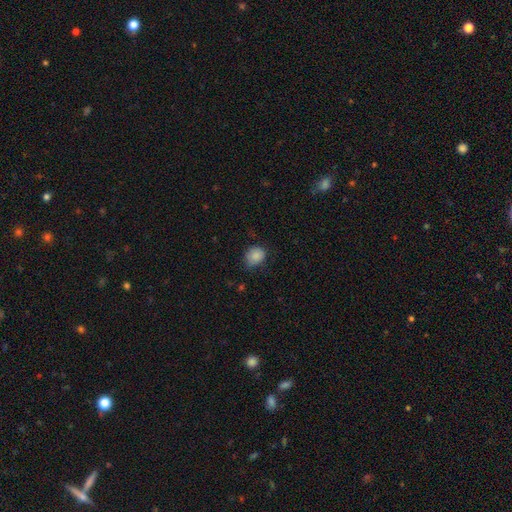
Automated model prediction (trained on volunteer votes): smooth_or_featured: smooth (p=0.86) [alt: star or artifact p=0.09]
how_rounded: round (p=0.61) [alt: in between p=0.38]
merging: none (p=0.62) [alt: minor disturbance p=0.31]